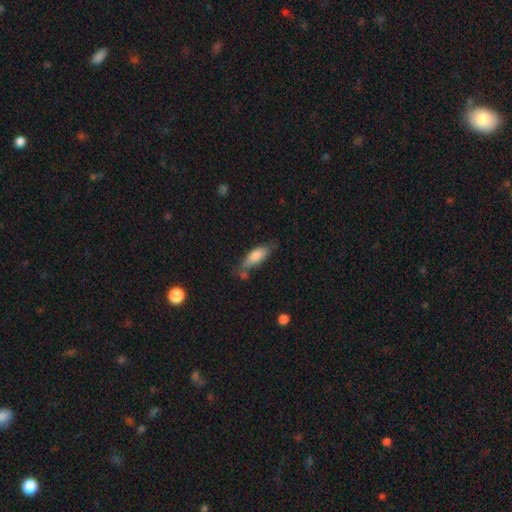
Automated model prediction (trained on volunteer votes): Morphology: type=smooth (78%); roundness=in between (65%); merging=none (58%).